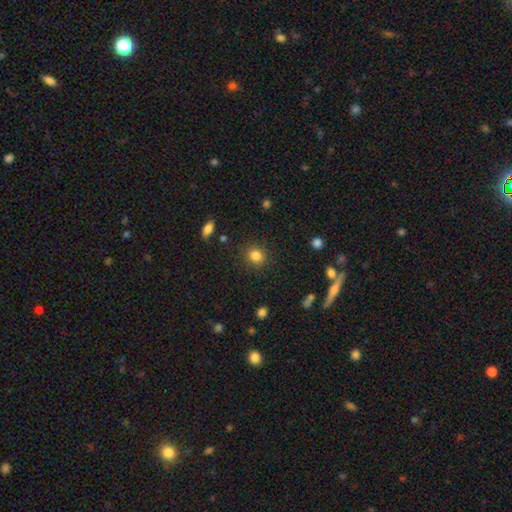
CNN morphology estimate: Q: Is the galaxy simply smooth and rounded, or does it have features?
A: smooth — 84%.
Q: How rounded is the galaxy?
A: round — 81%.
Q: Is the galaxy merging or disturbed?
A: none — 87%.